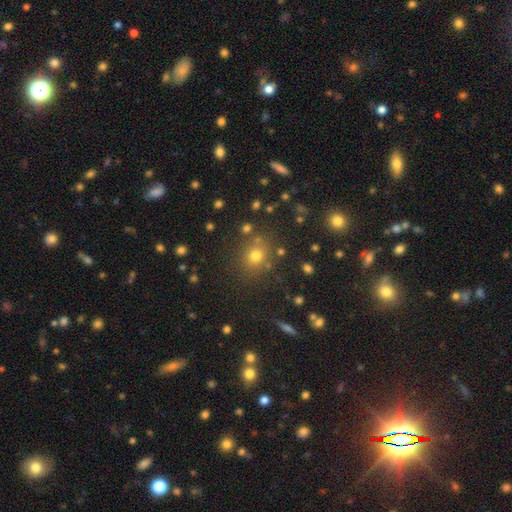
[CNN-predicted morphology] Smooth or featured?
  - smooth: 68% *
  - star or artifact: 23%
  - featured or disk: 9%
How rounded?
  - round: 79% *
  - in between: 20%
  - cigar-shaped: 1%
Merging?
  - none: 80% *
  - minor disturbance: 10%
  - merger: 6%
  - major disturbance: 4%